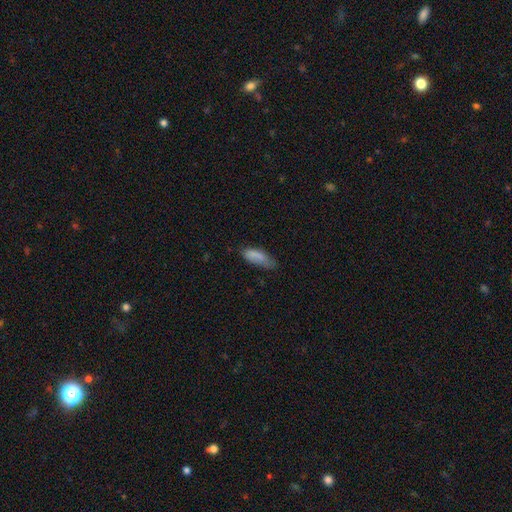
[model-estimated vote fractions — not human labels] A smooth galaxy with no disk features (82%) that is in between round and cigar-shaped (69%). Merging: none (51%).